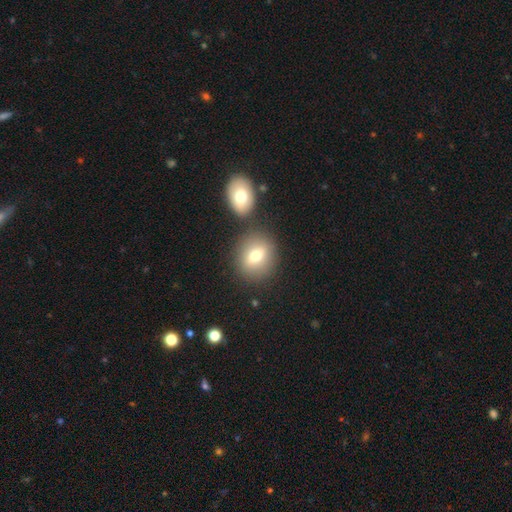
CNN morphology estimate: smooth 70%, featured or disk 20%, star or artifact 10%. Down the decision tree: how rounded — round (59%); merging — none (69%).